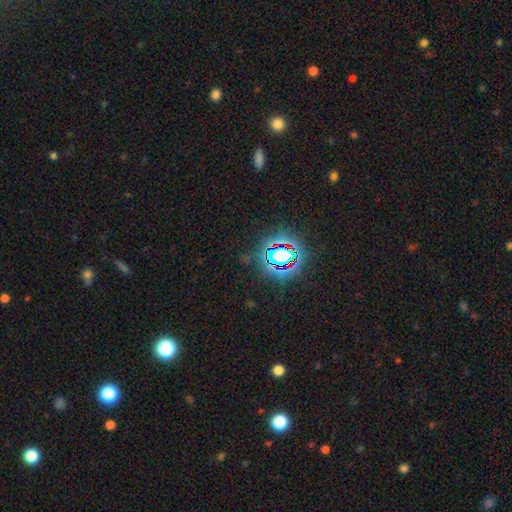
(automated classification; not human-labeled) Smooth or featured? Predicted: star or artifact (p=0.77).